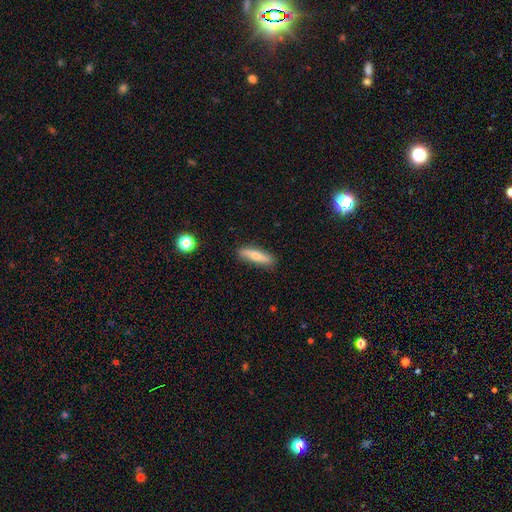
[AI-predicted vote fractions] Q: Smooth or featured?
A: smooth (61%); runner-up: featured or disk (33%)
Q: How rounded?
A: cigar-shaped (72%); runner-up: in between (26%)
Q: Merging?
A: none (85%); runner-up: minor disturbance (11%)